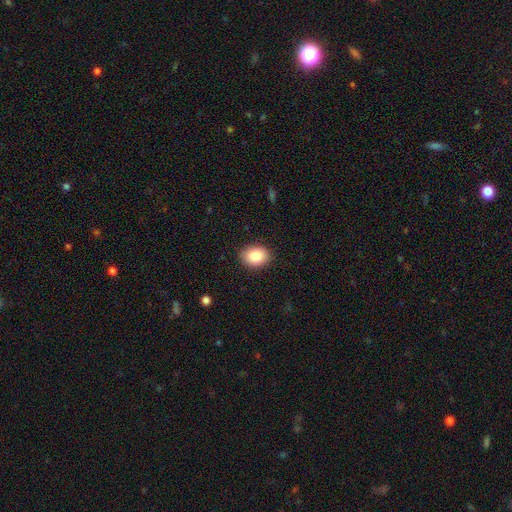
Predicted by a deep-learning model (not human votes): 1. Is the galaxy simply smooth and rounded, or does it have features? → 85% smooth, 8% star or artifact, 7% featured or disk.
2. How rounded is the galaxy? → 69% in between, 30% round, 1% cigar-shaped.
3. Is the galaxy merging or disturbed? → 88% none, 9% minor disturbance, 2% major disturbance, 1% merger.